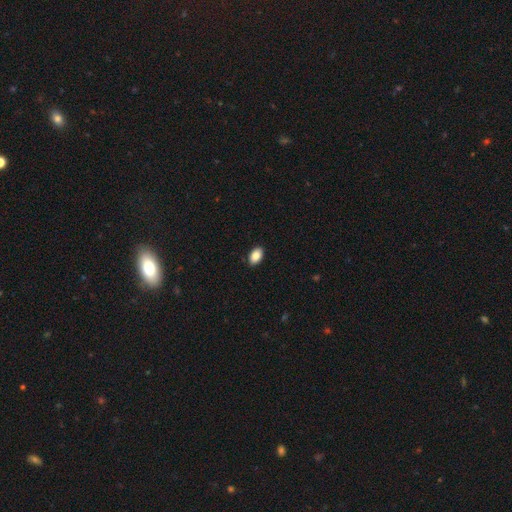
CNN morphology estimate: Smooth or featured? Predicted: smooth (p=0.87). How rounded? Predicted: in between (p=0.91). Merging? Predicted: none (p=0.89).